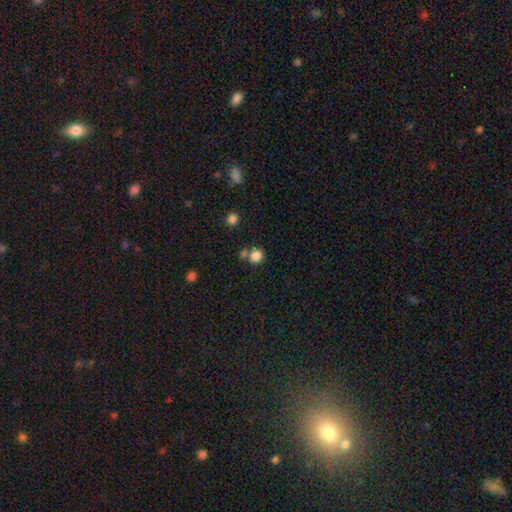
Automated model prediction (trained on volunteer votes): Smooth or featured?
  - smooth: 83% *
  - star or artifact: 12%
  - featured or disk: 5%
How rounded?
  - round: 88% *
  - in between: 11%
  - cigar-shaped: 1%
Merging?
  - none: 64% *
  - merger: 23%
  - minor disturbance: 9%
  - major disturbance: 4%